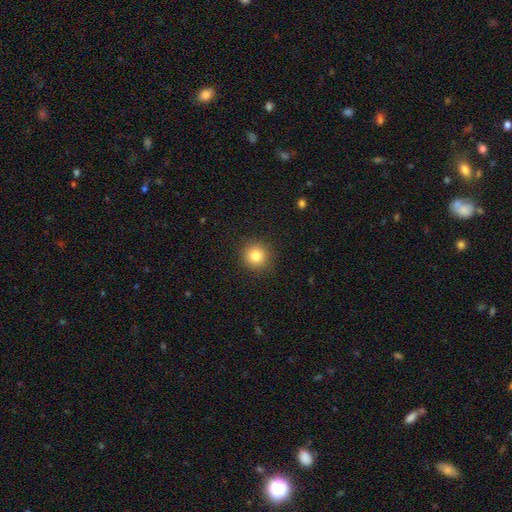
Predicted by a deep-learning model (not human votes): Smooth or featured?
  - smooth: 81% *
  - star or artifact: 12%
  - featured or disk: 7%
How rounded?
  - round: 93% *
  - in between: 6%
  - cigar-shaped: 1%
Merging?
  - none: 91% *
  - minor disturbance: 6%
  - major disturbance: 2%
  - merger: 1%